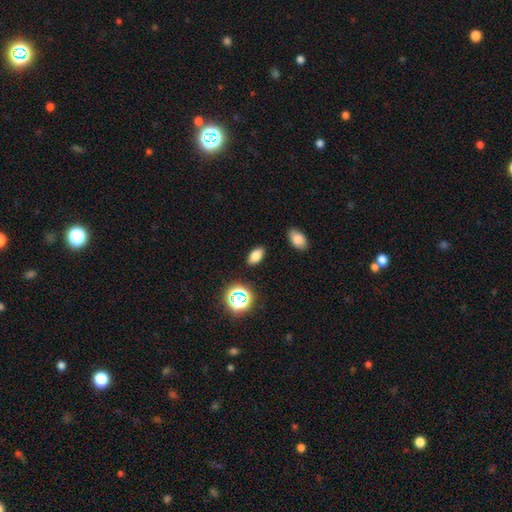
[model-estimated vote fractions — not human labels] smooth 77%, star or artifact 15%, featured or disk 8%. Down the decision tree: how rounded — in between (89%); merging — none (88%).